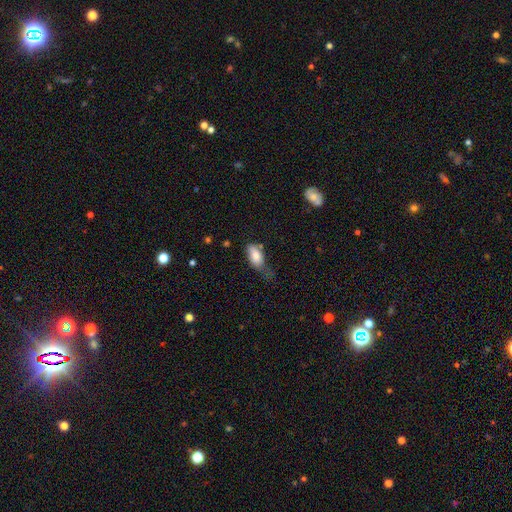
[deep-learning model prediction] This is clearly a smooth galaxy (81%). How rounded: clearly in between (91%). Merging: marginally minor disturbance (39%).